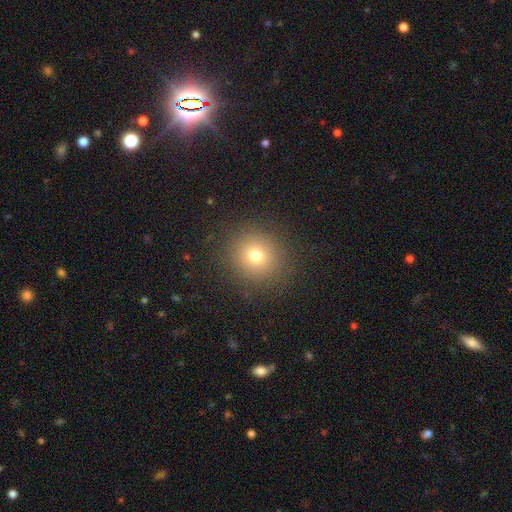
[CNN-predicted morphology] smooth_or_featured: smooth (p=0.72) [alt: star or artifact p=0.17]
how_rounded: round (p=0.92) [alt: in between p=0.07]
merging: none (p=0.89) [alt: minor disturbance p=0.07]